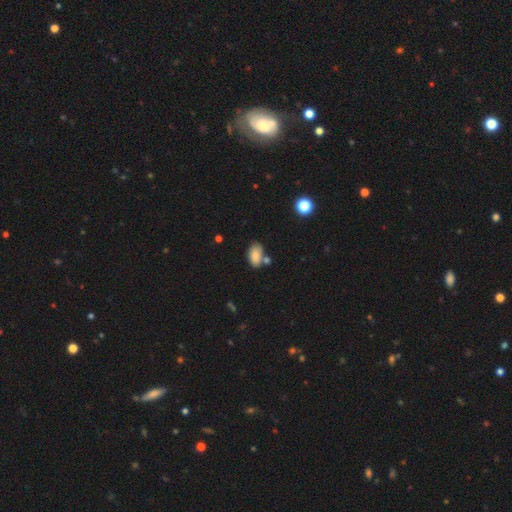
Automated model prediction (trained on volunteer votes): Smooth or featured? smooth (81%)
How rounded? in between (92%)
Merging? none (59%)